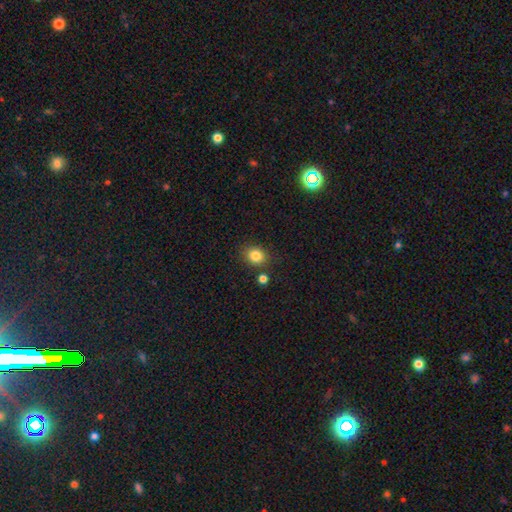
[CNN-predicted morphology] This is clearly a smooth galaxy (84%). How rounded: likely round (64%). Merging: likely none (79%).